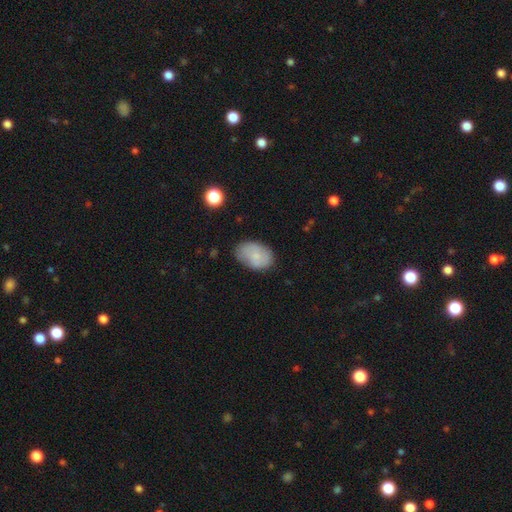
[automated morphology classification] Overall: smooth (75%). How rounded: in between (87%). Merging: none (70%).